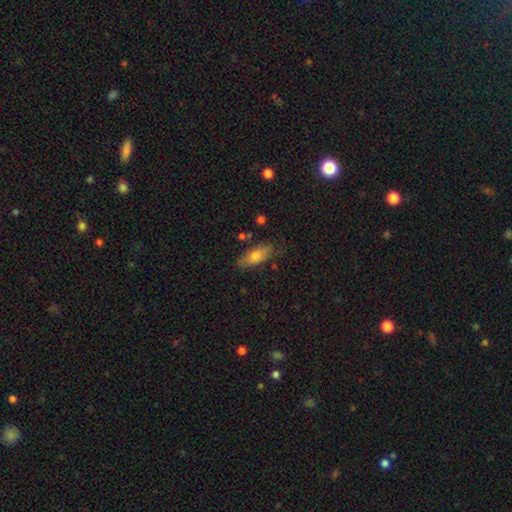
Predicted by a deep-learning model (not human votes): smooth 74%, featured or disk 19%, star or artifact 8%. Down the decision tree: how rounded — in between (74%); merging — none (76%).